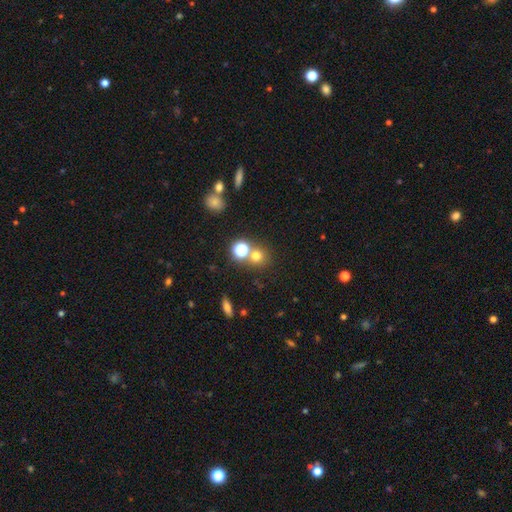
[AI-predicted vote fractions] Morphology: type=smooth (67%); roundness=round (87%); merging=none (66%).